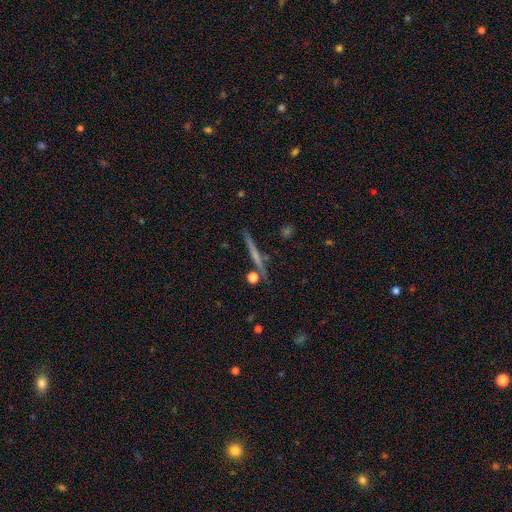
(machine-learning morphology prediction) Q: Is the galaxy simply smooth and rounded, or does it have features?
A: featured or disk — 50%.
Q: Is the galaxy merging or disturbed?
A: none — 83%.